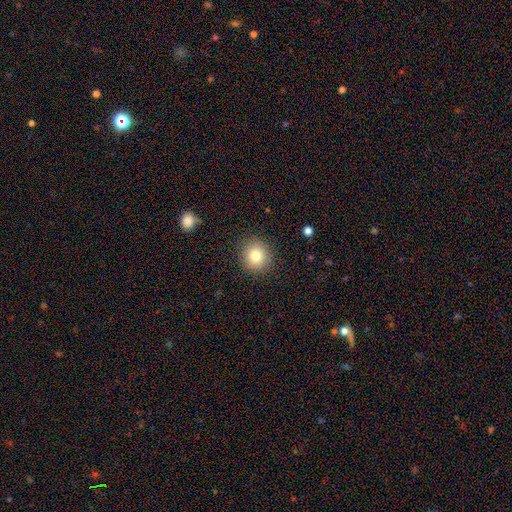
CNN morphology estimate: This is likely a smooth galaxy (80%). How rounded: clearly round (88%). Merging: clearly none (89%).